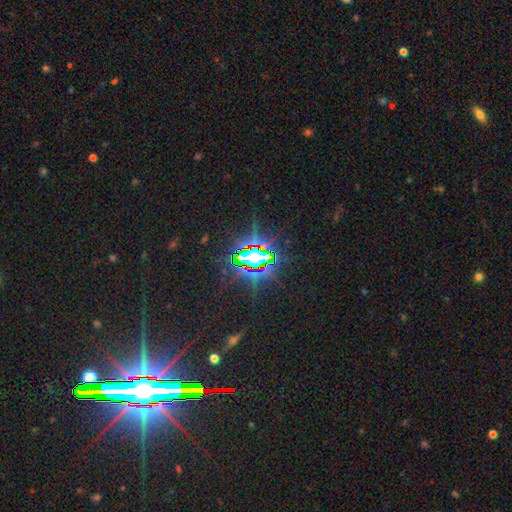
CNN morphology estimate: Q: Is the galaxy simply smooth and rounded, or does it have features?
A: star or artifact — 85%.